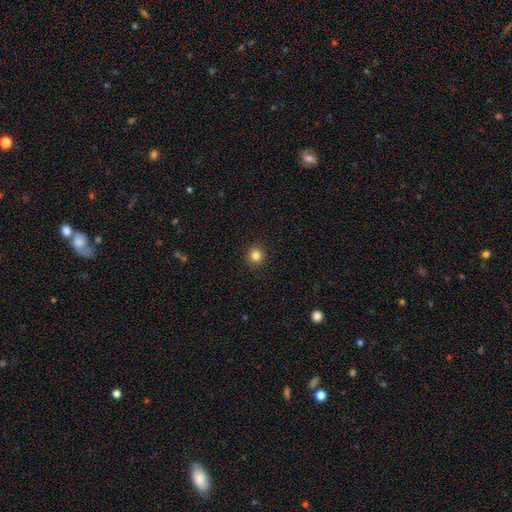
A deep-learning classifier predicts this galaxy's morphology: smooth_or_featured: smooth (p=0.83) [alt: star or artifact p=0.12]
how_rounded: round (p=0.94) [alt: in between p=0.05]
merging: none (p=0.93) [alt: minor disturbance p=0.05]